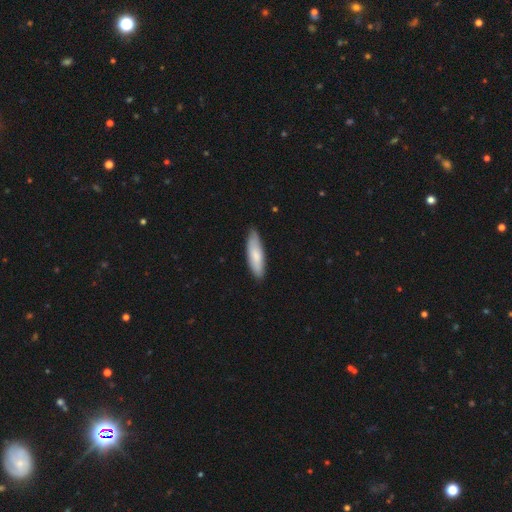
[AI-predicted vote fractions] The model was most divided on "how rounded": cigar-shaped: 54%, in between: 45%, round: 1%. More confident: merging — none (82%); smooth or featured — smooth (78%).